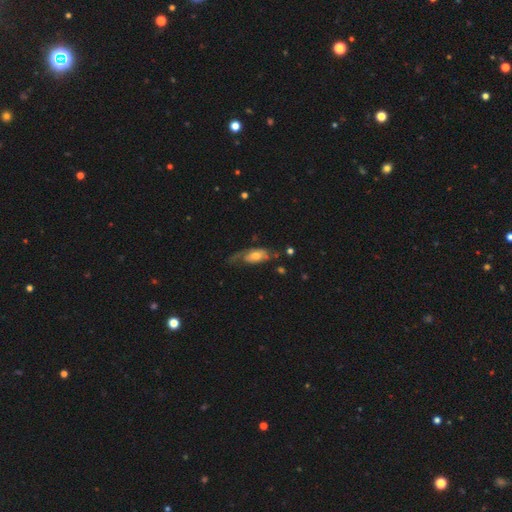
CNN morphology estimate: This is possibly a featured or disk galaxy (50%). Merging: marginally none (37%).